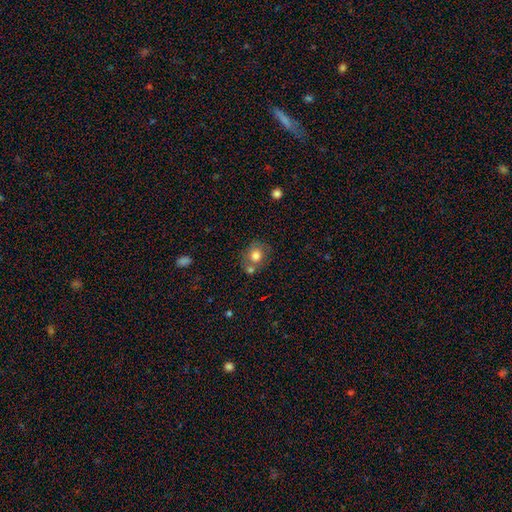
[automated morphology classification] Smooth or featured: smooth — 76% (featured or disk — 15%)
How rounded: round — 73% (in between — 26%)
Merging: none — 54% (merger — 25%)